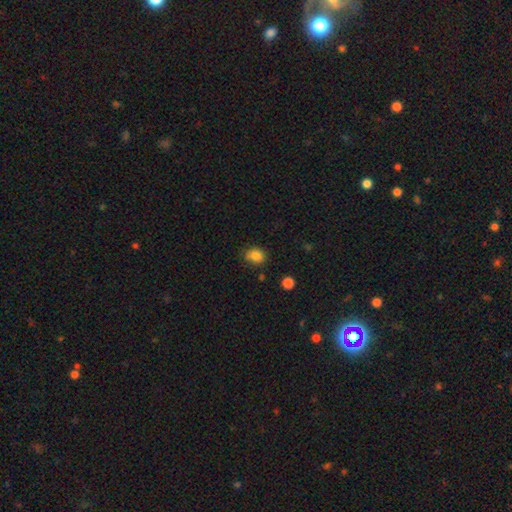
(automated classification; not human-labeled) Smooth or featured? smooth (84%)
How rounded? round (55%)
Merging? none (72%)